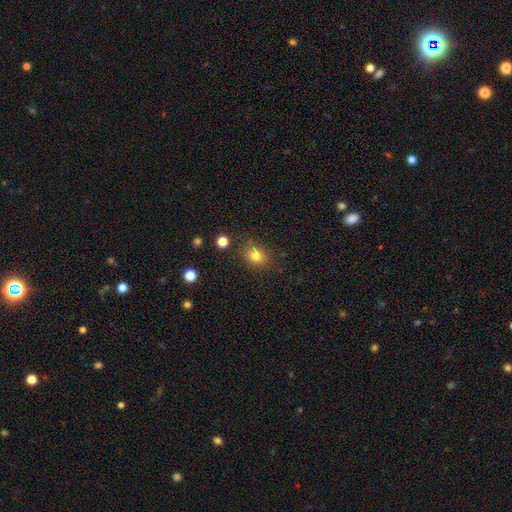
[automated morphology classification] type=smooth (80%); roundness=round (66%); merging=none (81%).